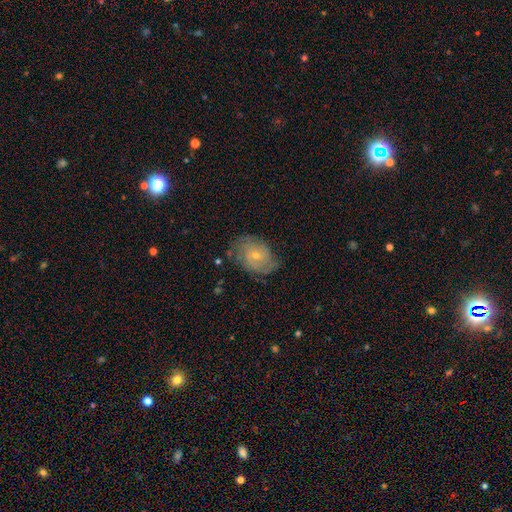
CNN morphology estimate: The model was most divided on "bulge size": small: 61%, moderate: 35%, none: 1%, large: 1%, dominant: 1%. More confident: edge-on disk — no (96%); spiral arms — yes (80%); bar — no (71%); merging — none (64%); smooth or featured — featured or disk (60%).